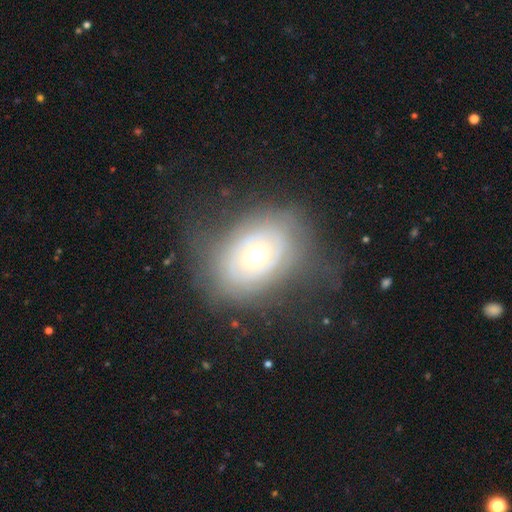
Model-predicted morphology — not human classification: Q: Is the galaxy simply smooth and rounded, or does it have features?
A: featured or disk — 59%.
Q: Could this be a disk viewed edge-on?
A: no — 94%.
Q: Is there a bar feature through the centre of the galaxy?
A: no — 87%.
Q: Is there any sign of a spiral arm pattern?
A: no — 57%.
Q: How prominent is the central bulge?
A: moderate — 70%.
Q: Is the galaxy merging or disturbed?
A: none — 61%.